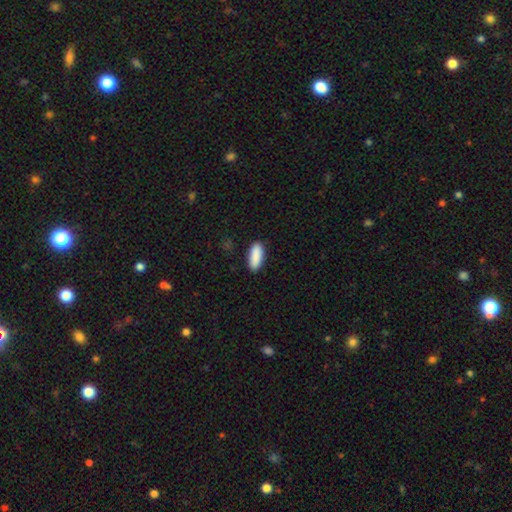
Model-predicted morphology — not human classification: smooth_or_featured: smooth (p=0.91) [alt: star or artifact p=0.06]
how_rounded: in between (p=0.79) [alt: cigar-shaped p=0.19]
merging: none (p=0.89) [alt: minor disturbance p=0.08]